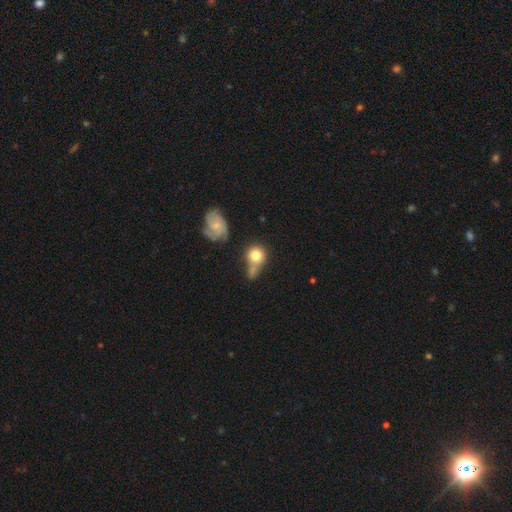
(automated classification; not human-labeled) smooth_or_featured: smooth (p=0.74) [alt: featured or disk p=0.16]
how_rounded: round (p=0.79) [alt: in between p=0.19]
merging: none (p=0.36) [alt: merger p=0.34]